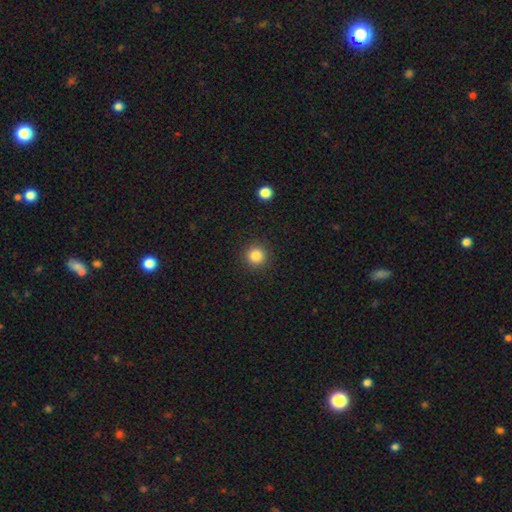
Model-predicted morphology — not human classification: Smooth or featured? smooth (84%)
How rounded? round (95%)
Merging? none (91%)